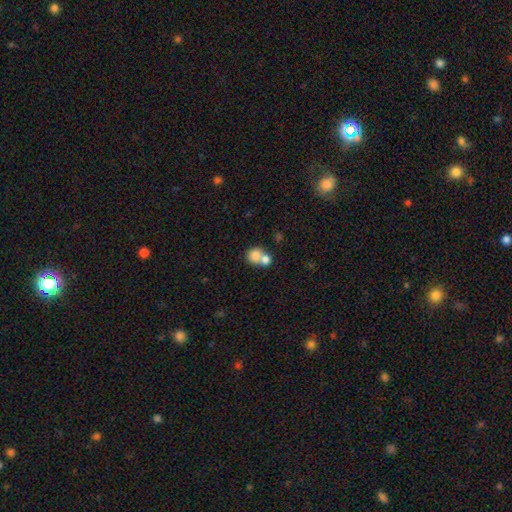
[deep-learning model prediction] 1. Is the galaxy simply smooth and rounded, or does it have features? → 78% smooth, 13% featured or disk, 9% star or artifact.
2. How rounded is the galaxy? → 73% round, 26% in between, 1% cigar-shaped.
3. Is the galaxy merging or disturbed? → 59% merger, 31% none, 7% minor disturbance, 3% major disturbance.